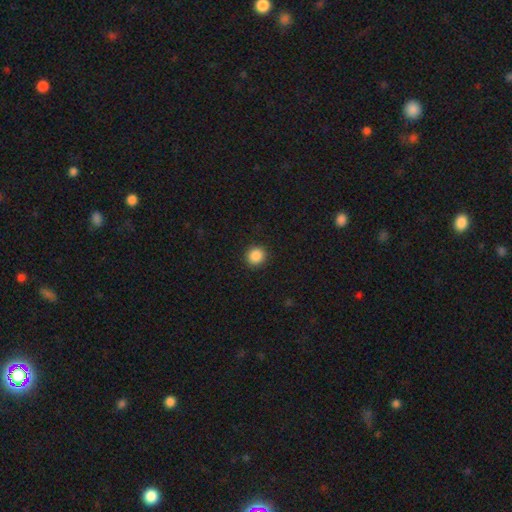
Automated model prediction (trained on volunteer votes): Morphology: type=smooth (88%); roundness=round (92%); merging=none (92%).